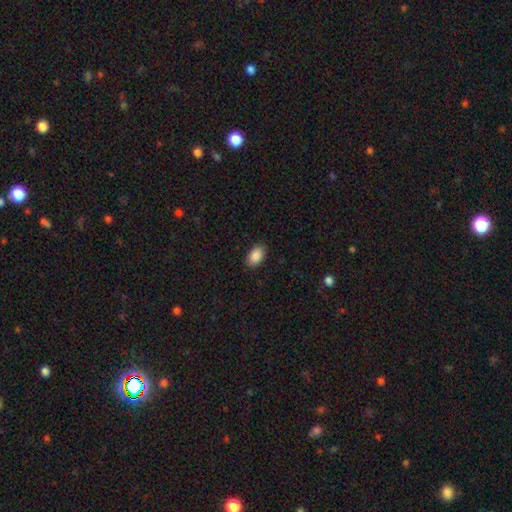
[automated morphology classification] Smooth or featured: smooth — 88% (star or artifact — 7%)
How rounded: in between — 92% (round — 6%)
Merging: none — 88% (minor disturbance — 9%)